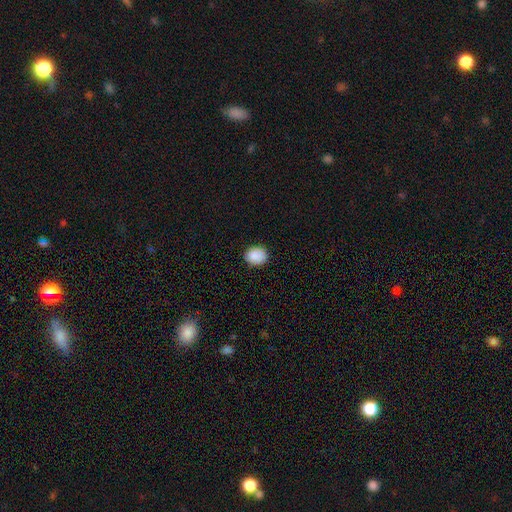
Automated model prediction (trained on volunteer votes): smooth-or-featured: smooth: 89% | star or artifact: 8% | featured or disk: 3%
  how-rounded: round: 65% | in between: 34% | cigar-shaped: 1%
  merging: none: 87% | minor disturbance: 10% | major disturbance: 2% | merger: 1%